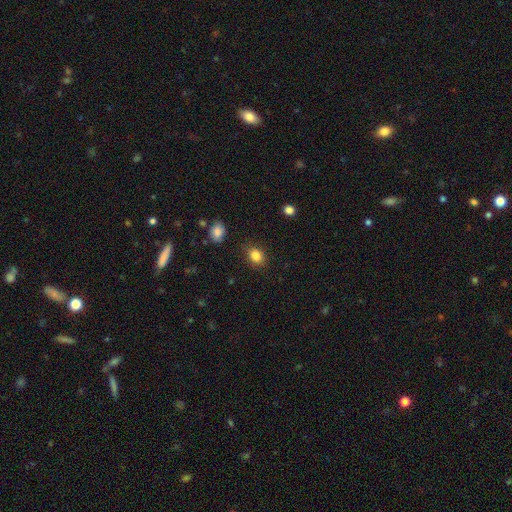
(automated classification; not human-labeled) This appears to be a smooth galaxy with no disk features (83%) that is round (50%). Merging: none (84%).